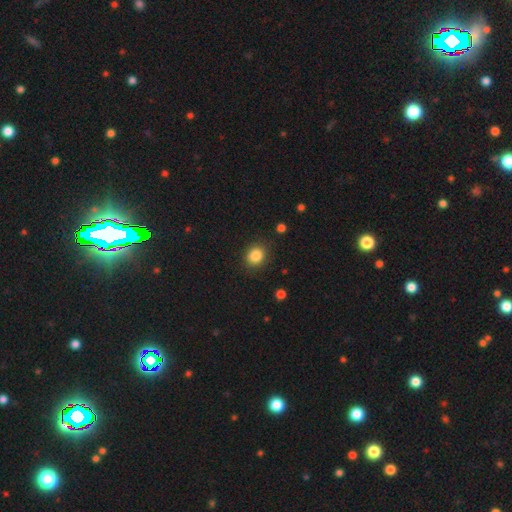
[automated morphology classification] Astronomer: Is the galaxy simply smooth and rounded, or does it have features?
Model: smooth — 85%.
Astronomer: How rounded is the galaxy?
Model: round — 72%.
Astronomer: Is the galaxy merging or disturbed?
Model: none — 87%.